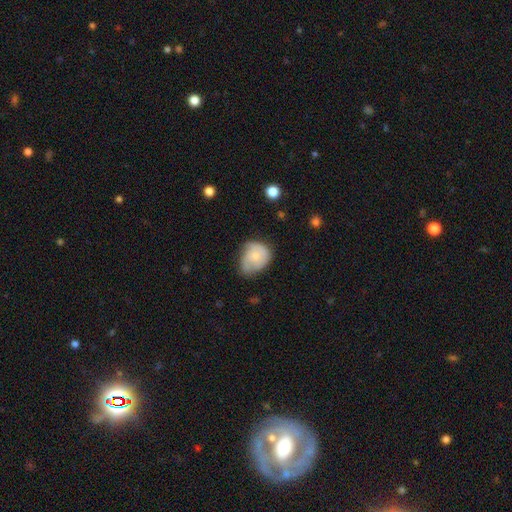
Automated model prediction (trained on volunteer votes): Smooth or featured? smooth (54%)
How rounded? in between (50%)
Merging? minor disturbance (41%)